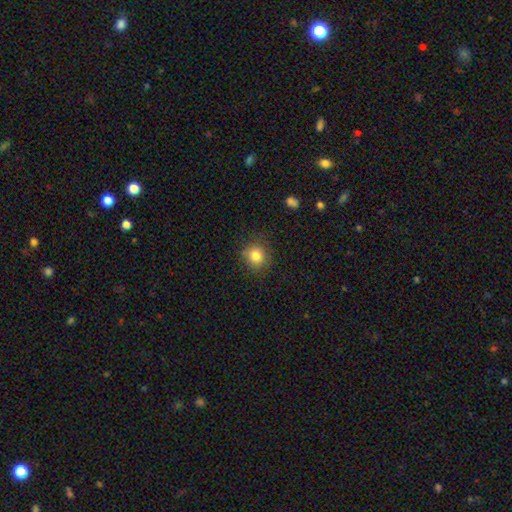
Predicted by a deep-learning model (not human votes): Overall: smooth (82%). How rounded: round (87%). Merging: none (83%).